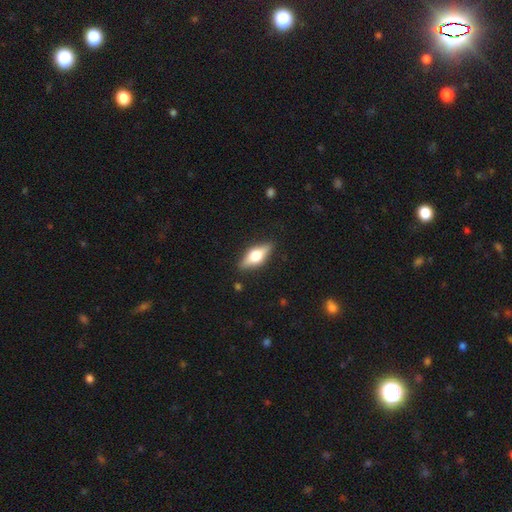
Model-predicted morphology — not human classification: Smooth or featured: featured or disk — 47% (smooth — 46%)
Merging: none — 86% (minor disturbance — 10%)